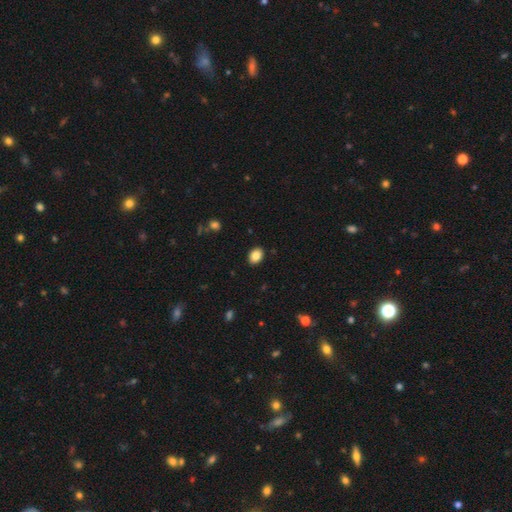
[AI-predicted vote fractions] Smooth or featured? smooth (86%)
How rounded? in between (68%)
Merging? none (90%)